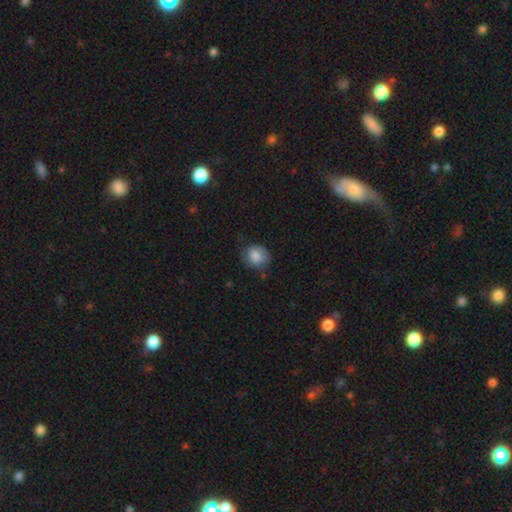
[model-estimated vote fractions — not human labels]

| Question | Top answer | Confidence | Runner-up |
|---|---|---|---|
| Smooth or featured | smooth | 83% | featured or disk (9%) |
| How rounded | round | 76% | in between (23%) |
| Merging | none | 70% | minor disturbance (23%) |